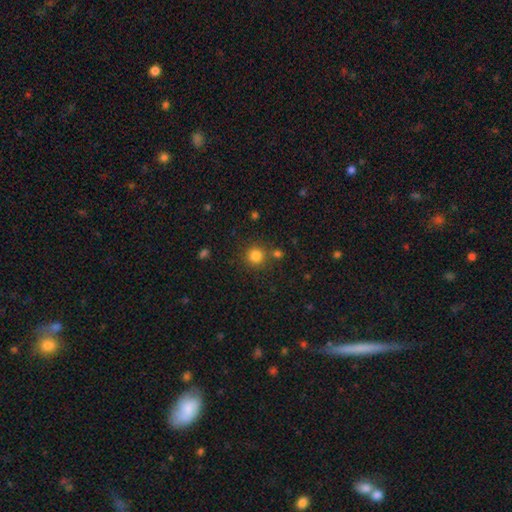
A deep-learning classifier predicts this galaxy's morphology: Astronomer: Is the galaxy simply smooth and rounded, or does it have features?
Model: smooth — 82%.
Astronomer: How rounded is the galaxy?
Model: round — 93%.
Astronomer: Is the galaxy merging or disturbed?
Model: none — 79%.